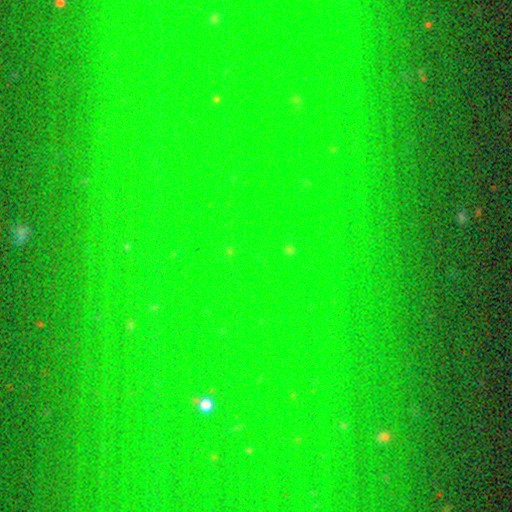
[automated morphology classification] star or artifact 80%, smooth 12%, featured or disk 8%.